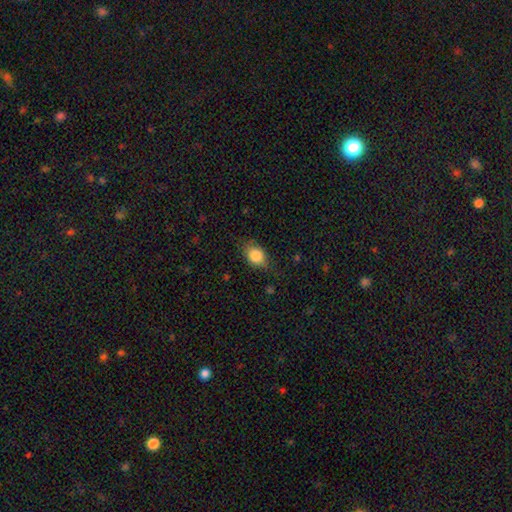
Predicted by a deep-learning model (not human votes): Smooth or featured?
  - smooth: 83% *
  - star or artifact: 9%
  - featured or disk: 9%
How rounded?
  - in between: 63% *
  - round: 36%
  - cigar-shaped: 2%
Merging?
  - none: 71% *
  - minor disturbance: 23%
  - major disturbance: 5%
  - merger: 1%